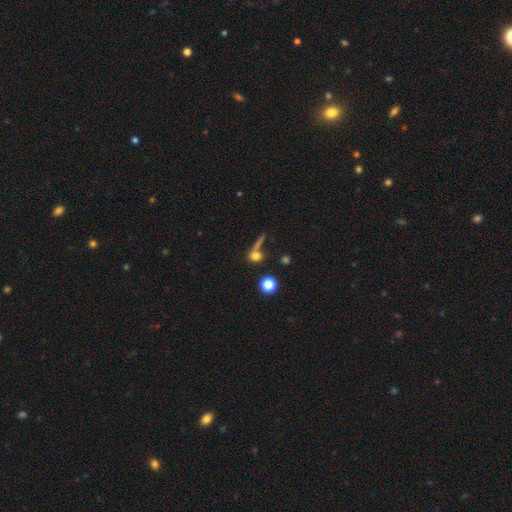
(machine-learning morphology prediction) Smooth or featured?
  - smooth: 69% *
  - featured or disk: 15%
  - star or artifact: 15%
How rounded?
  - round: 63% *
  - in between: 25%
  - cigar-shaped: 12%
Merging?
  - none: 51% *
  - merger: 27%
  - minor disturbance: 11%
  - major disturbance: 11%